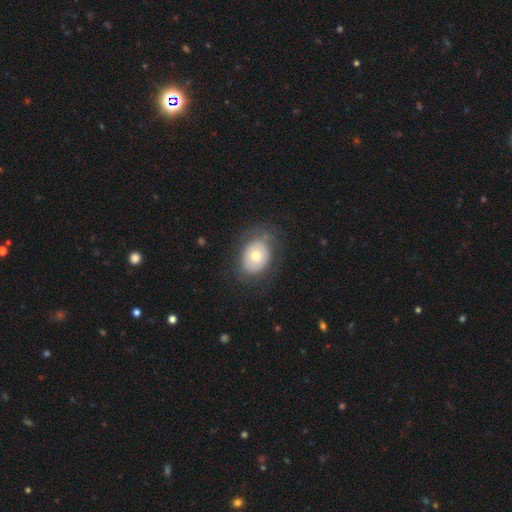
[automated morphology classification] This is likely a smooth galaxy (63%). How rounded: likely in between (71%). Merging: likely none (69%).